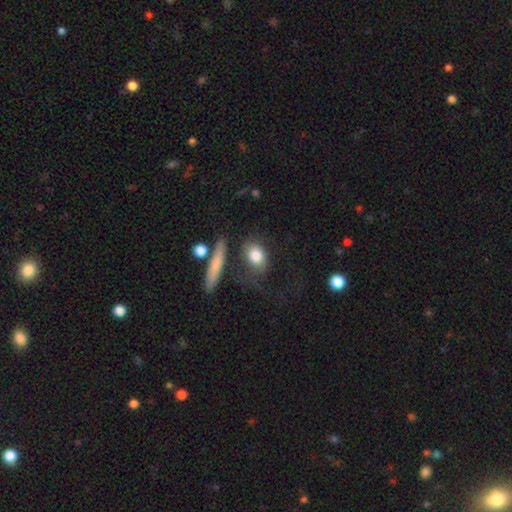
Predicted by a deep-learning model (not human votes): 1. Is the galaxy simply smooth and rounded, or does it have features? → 80% smooth, 13% featured or disk, 7% star or artifact.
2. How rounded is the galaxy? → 61% in between, 32% round, 7% cigar-shaped.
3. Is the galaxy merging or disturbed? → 64% none, 17% minor disturbance, 10% major disturbance, 9% merger.